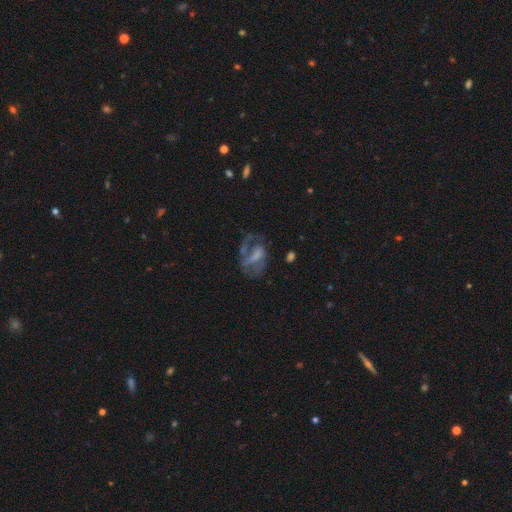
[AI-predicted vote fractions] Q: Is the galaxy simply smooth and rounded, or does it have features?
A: featured or disk — 63%.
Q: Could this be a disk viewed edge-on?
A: no — 96%.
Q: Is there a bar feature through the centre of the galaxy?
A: no — 42%.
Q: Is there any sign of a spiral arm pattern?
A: yes — 55%.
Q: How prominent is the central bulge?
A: none — 46%.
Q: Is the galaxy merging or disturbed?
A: major disturbance — 39%.